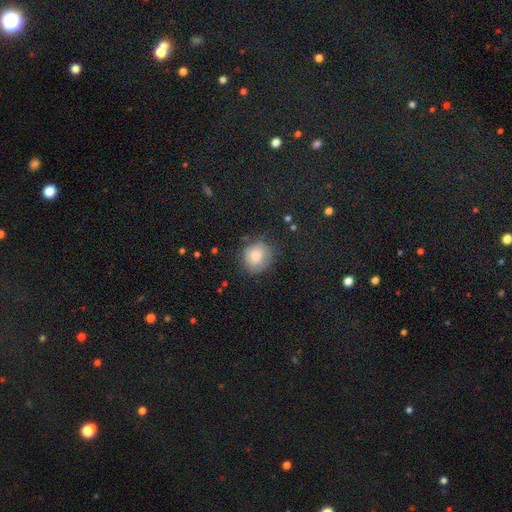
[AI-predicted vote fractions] A smooth galaxy with no disk features (66%) that is round (83%).

Vote fractions:
- Smooth or featured? smooth: 66% / featured or disk: 22% / star or artifact: 12%
- How rounded? round: 83% / in between: 16% / cigar-shaped: 1%
- Merging? none: 71% / minor disturbance: 20% / major disturbance: 8% / merger: 2%